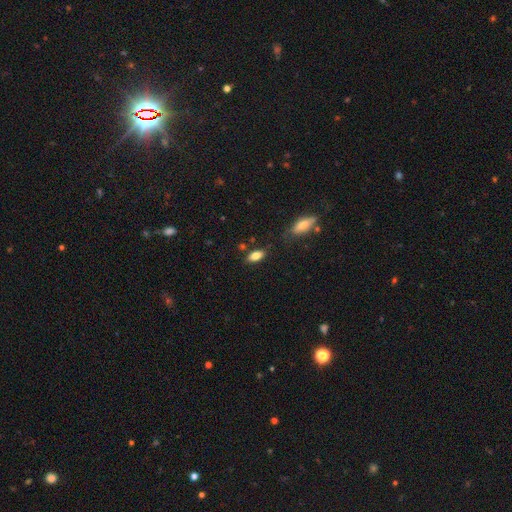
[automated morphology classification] This appears to be a smooth galaxy with no disk features (80%) that is in between round and cigar-shaped (87%). Merging: none (80%).